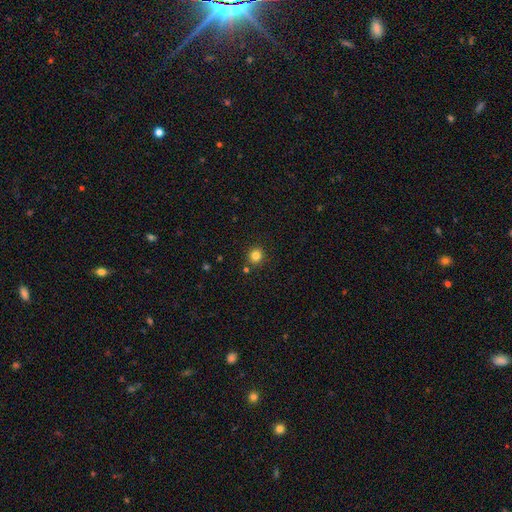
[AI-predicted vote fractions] smooth 82%, star or artifact 13%, featured or disk 5%. Down the decision tree: how rounded — round (91%); merging — none (87%).